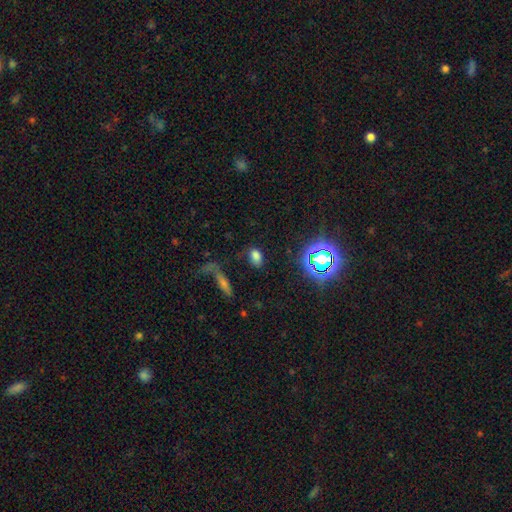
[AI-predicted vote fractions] Smooth or featured? Predicted: smooth (p=0.72). How rounded? Predicted: in between (p=0.85). Merging? Predicted: none (p=0.74).